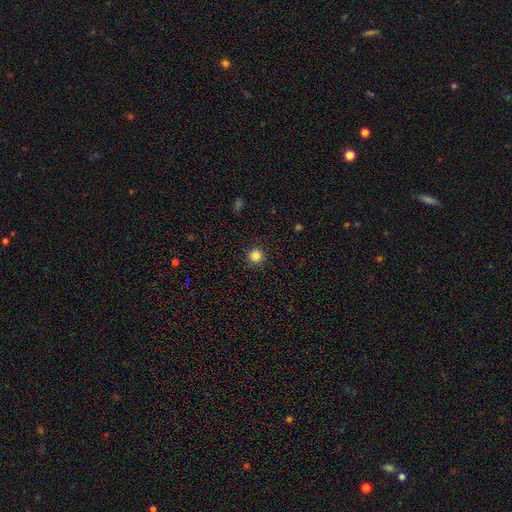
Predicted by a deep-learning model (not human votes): Q: Smooth or featured?
A: smooth (84%); runner-up: star or artifact (12%)
Q: How rounded?
A: round (95%); runner-up: in between (4%)
Q: Merging?
A: none (91%); runner-up: minor disturbance (6%)